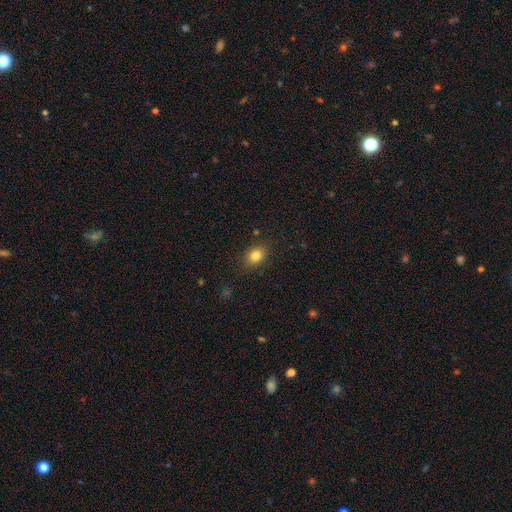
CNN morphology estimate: This appears to be a smooth galaxy with no disk features (82%) that is in between round and cigar-shaped (63%). Merging: none (86%).